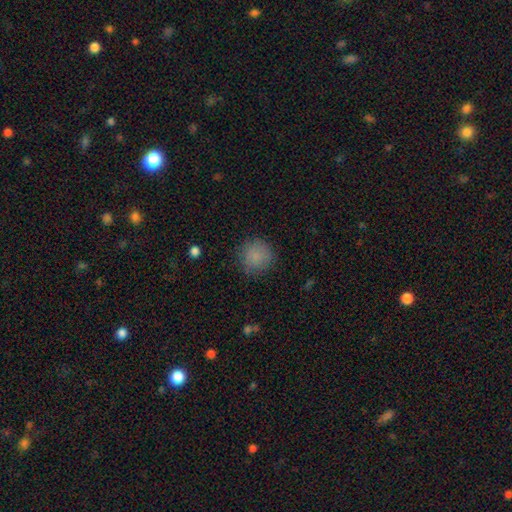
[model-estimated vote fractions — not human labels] The model was most divided on "merging": none: 81%, minor disturbance: 14%, major disturbance: 4%, merger: 1%. More confident: how rounded — round (93%); smooth or featured — smooth (84%).